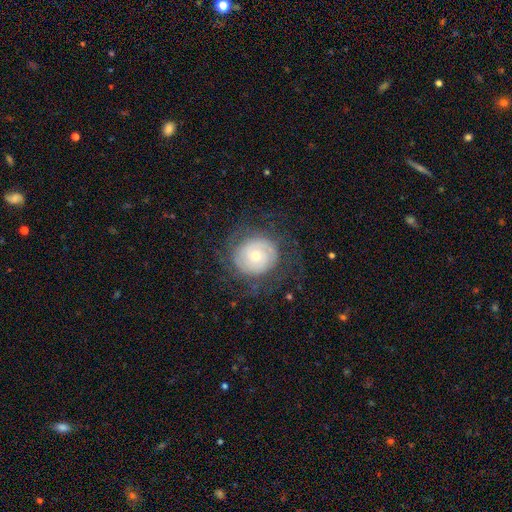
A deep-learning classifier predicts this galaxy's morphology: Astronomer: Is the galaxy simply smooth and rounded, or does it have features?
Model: featured or disk — 62%.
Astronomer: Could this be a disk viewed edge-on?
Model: no — 97%.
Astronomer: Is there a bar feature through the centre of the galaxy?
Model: no — 79%.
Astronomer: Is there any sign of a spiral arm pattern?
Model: yes — 80%.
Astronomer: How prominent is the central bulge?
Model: small — 58% (runner-up: moderate, 35%).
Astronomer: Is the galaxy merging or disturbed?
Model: none — 70%.